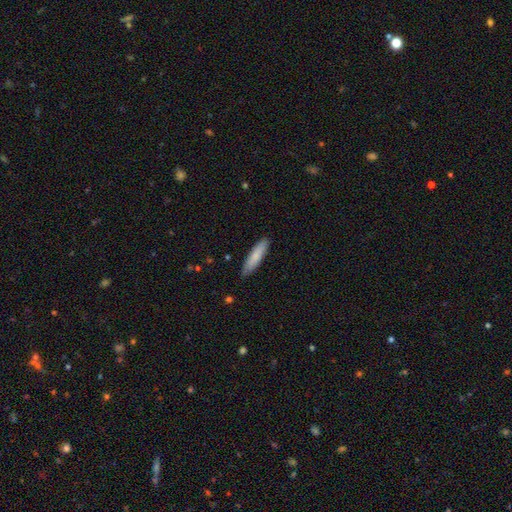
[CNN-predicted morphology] Overall: smooth (82%). How rounded: cigar-shaped (76%). Merging: none (86%).